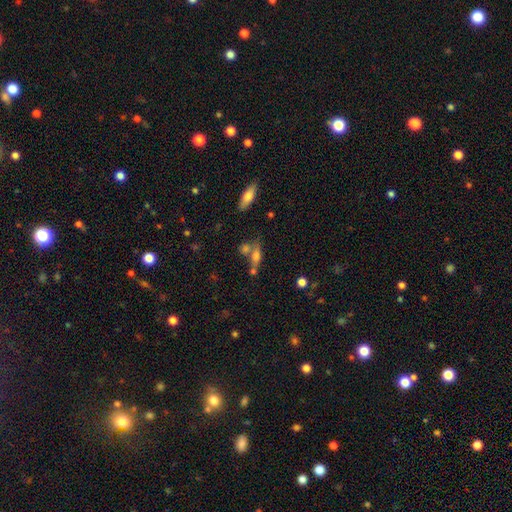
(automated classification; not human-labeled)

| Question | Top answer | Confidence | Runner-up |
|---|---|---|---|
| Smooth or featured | smooth | 63% | featured or disk (25%) |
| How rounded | in between | 53% | cigar-shaped (39%) |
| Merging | none | 47% | merger (32%) |